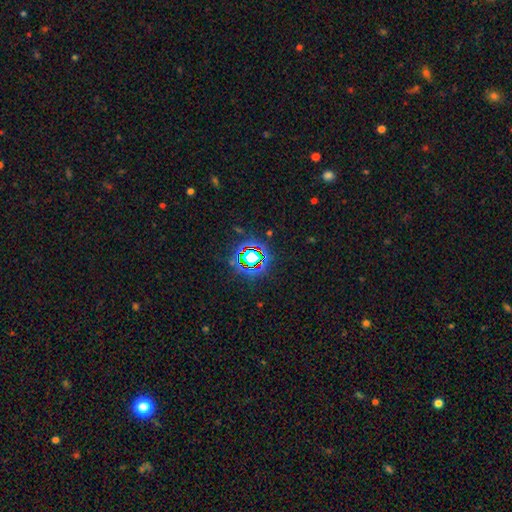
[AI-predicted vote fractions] Q: Smooth or featured?
A: star or artifact (72%); runner-up: smooth (16%)